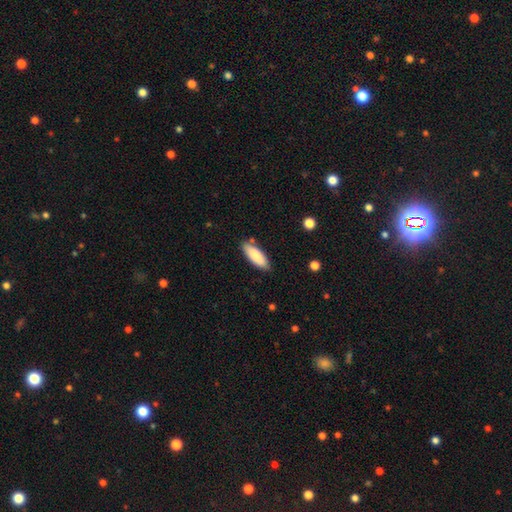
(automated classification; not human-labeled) Overall: smooth (83%). How rounded: in between (66%; cigar-shaped 33%). Merging: none (82%).